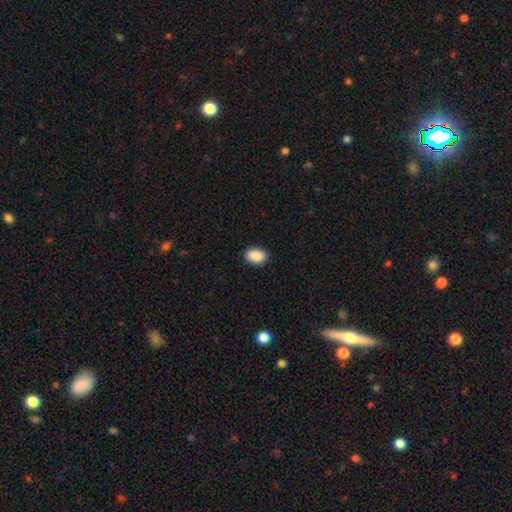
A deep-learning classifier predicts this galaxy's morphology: smooth_or_featured: smooth (p=0.90) [alt: star or artifact p=0.07]
how_rounded: in between (p=0.85) [alt: round p=0.14]
merging: none (p=0.90) [alt: minor disturbance p=0.07]